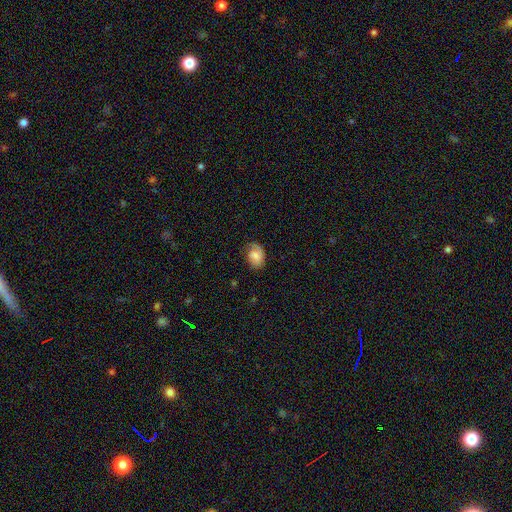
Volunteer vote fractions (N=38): Q: Smooth or featured?
A: smooth (71%); runner-up: featured or disk (24%)
Q: How rounded?
A: in between (85%); runner-up: round (15%)
Q: Merging?
A: none (53%); runner-up: minor disturbance (31%)